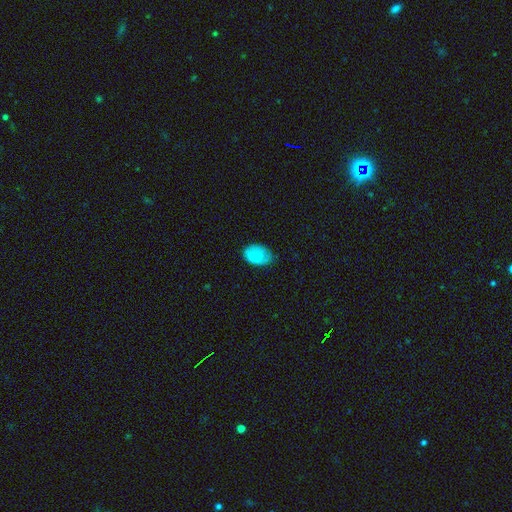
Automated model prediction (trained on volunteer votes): Smooth or featured? smooth (80%)
How rounded? in between (83%)
Merging? none (61%)